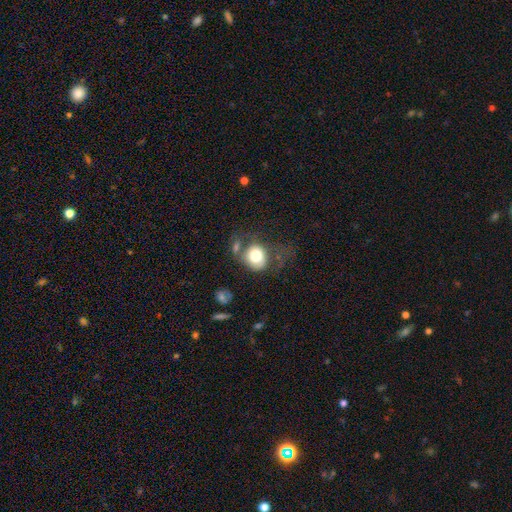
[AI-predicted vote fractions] Morphology: type=smooth (75%); roundness=round (64%); merging=none (38%).